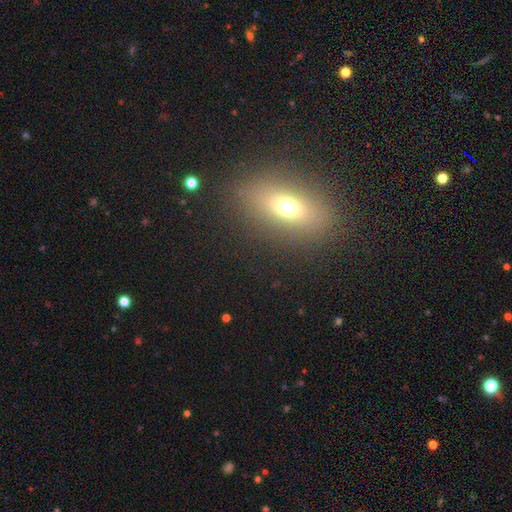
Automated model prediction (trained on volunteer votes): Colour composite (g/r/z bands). It shows a smooth galaxy with no disk features (59%) that is in between round and cigar-shaped (73%). Merging: none (88%).